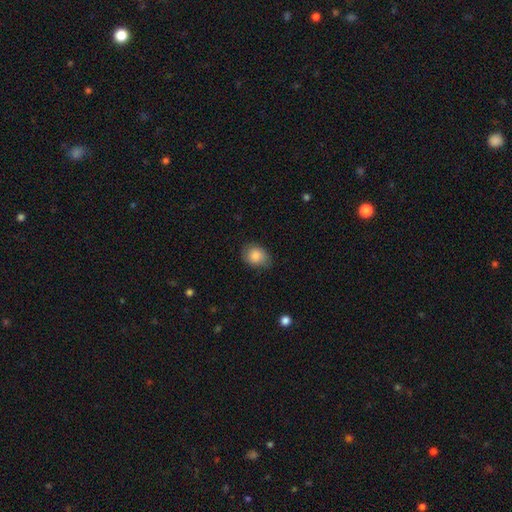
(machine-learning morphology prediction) type=smooth (85%); roundness=in between (68%); merging=none (74%).